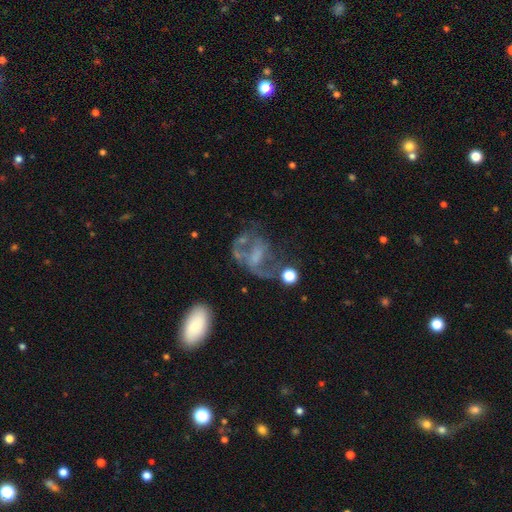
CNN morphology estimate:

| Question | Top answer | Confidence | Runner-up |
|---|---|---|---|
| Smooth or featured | featured or disk | 60% | smooth (24%) |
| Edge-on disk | no | 97% | yes (3%) |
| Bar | no | 65% | weak (25%) |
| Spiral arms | no | 57% | yes (43%) |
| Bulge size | none | 53% | small (24%) |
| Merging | major disturbance | 42% | none (30%) |